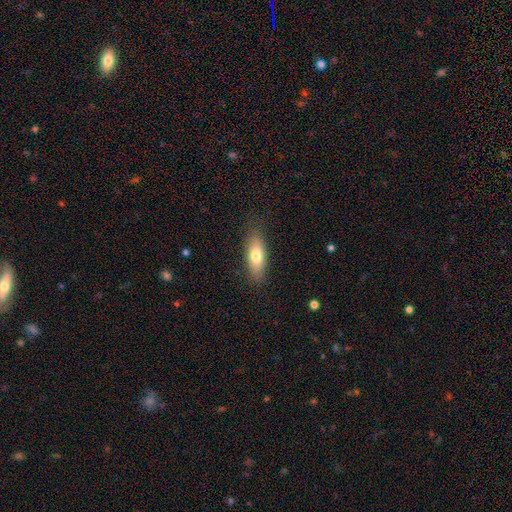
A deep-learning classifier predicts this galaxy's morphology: A smooth galaxy with no disk features (72%) that is in between round and cigar-shaped (67%).

Vote fractions:
- Smooth or featured? smooth: 72% / featured or disk: 21% / star or artifact: 7%
- How rounded? in between: 67% / cigar-shaped: 30% / round: 3%
- Merging? none: 84% / minor disturbance: 12% / major disturbance: 3% / merger: 1%